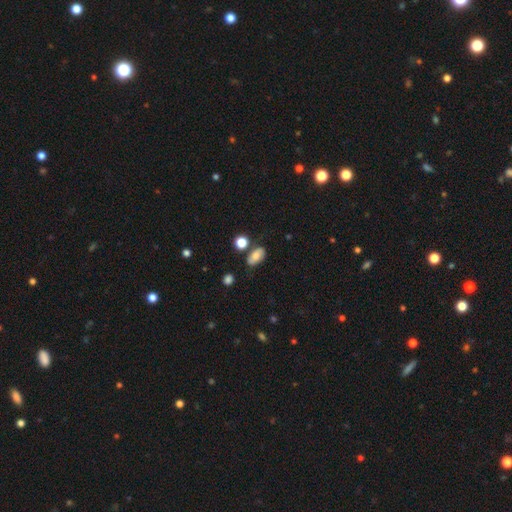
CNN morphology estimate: Smooth or featured?
  - smooth: 74% *
  - featured or disk: 16%
  - star or artifact: 11%
How rounded?
  - in between: 87% *
  - round: 11%
  - cigar-shaped: 3%
Merging?
  - none: 68% *
  - minor disturbance: 19%
  - merger: 8%
  - major disturbance: 5%